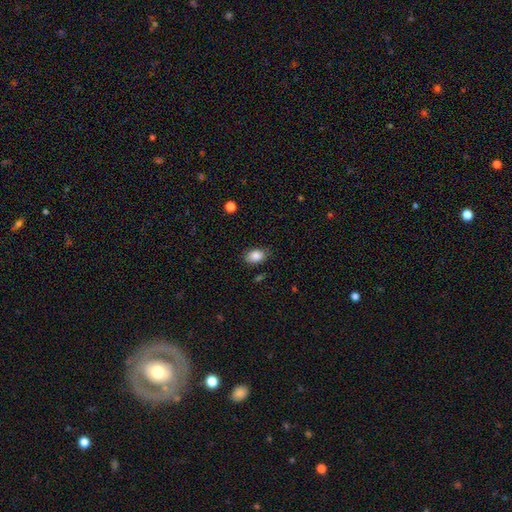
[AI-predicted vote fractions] The model was most divided on "merging": none: 83%, minor disturbance: 13%, major disturbance: 3%, merger: 1%. More confident: smooth or featured — smooth (86%); how rounded — in between (85%).